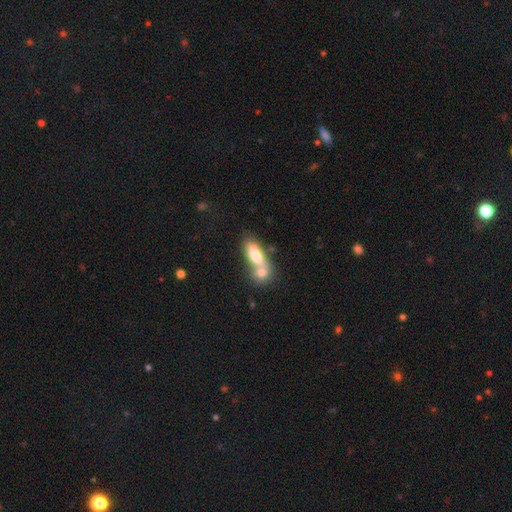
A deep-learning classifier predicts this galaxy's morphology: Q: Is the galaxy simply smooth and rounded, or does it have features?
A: smooth — 72%.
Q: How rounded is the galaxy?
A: in between — 71%.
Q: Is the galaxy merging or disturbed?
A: merger — 62%.